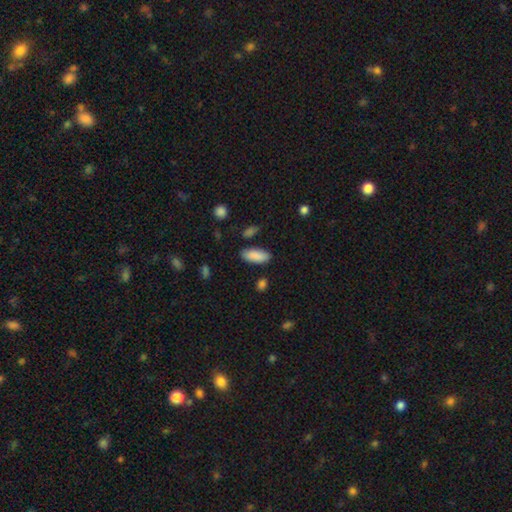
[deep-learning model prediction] smooth_or_featured: smooth (p=0.89) [alt: star or artifact p=0.06]
how_rounded: in between (p=0.81) [alt: cigar-shaped p=0.17]
merging: none (p=0.82) [alt: minor disturbance p=0.12]